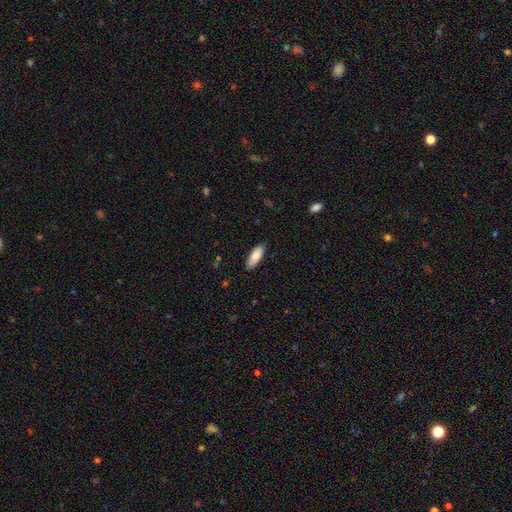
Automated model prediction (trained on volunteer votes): A smooth galaxy with no disk features (84%) that is in between round and cigar-shaped (74%).

Vote fractions:
- Smooth or featured? smooth: 84% / featured or disk: 10% / star or artifact: 6%
- How rounded? in between: 74% / cigar-shaped: 24% / round: 2%
- Merging? none: 85% / minor disturbance: 12% / major disturbance: 2% / merger: 1%